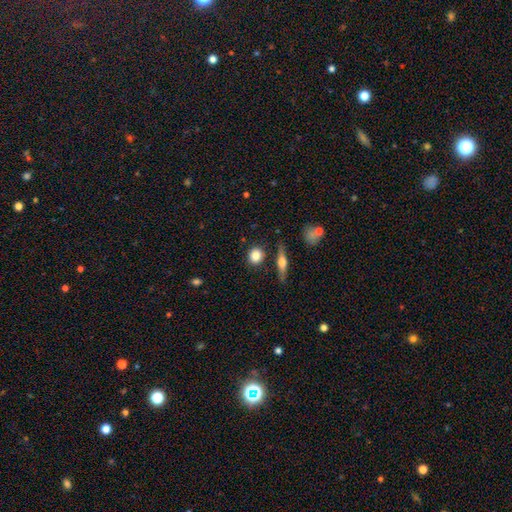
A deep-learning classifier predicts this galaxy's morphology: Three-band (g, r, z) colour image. It shows a smooth galaxy with no disk features (82%) that is round (81%). Merging: none (84%).